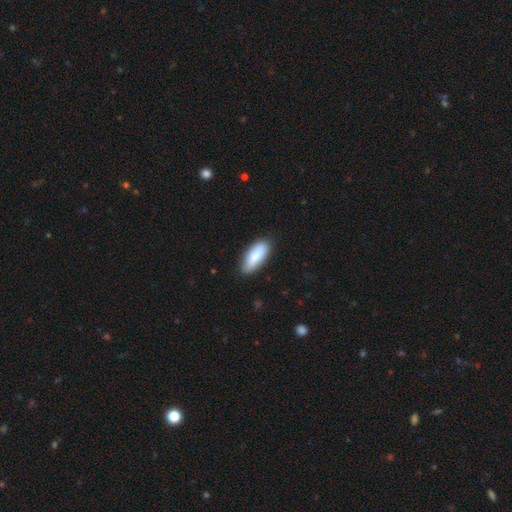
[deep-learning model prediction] A smooth galaxy with no disk features (79%) that is in between round and cigar-shaped (80%). Merging: none (85%).